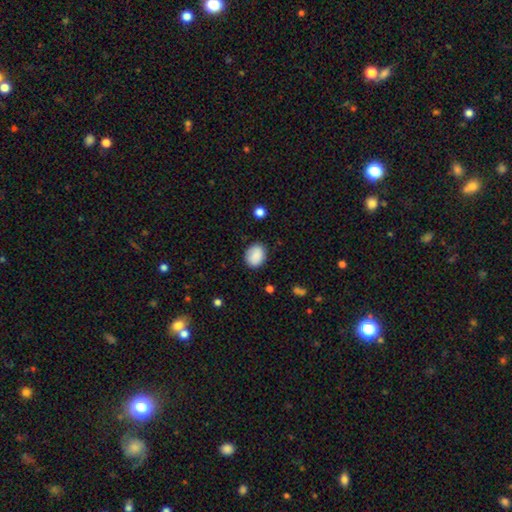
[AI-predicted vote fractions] smooth 87%, star or artifact 7%, featured or disk 6%. Down the decision tree: how rounded — round (52%); merging — none (82%).